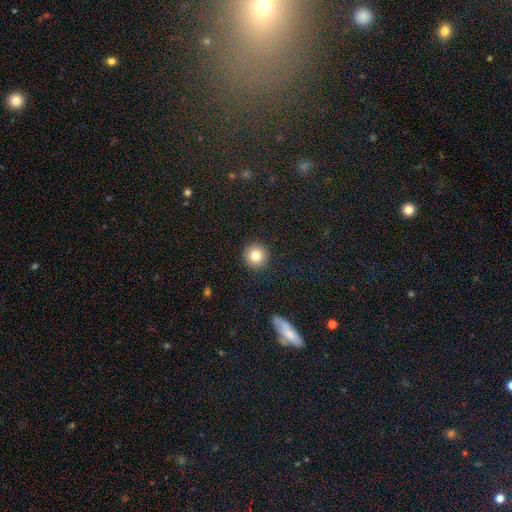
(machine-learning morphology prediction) smooth-or-featured: smooth: 82% | star or artifact: 10% | featured or disk: 8%
  how-rounded: round: 96% | in between: 3% | cigar-shaped: 1%
  merging: none: 92% | minor disturbance: 5% | major disturbance: 2% | merger: 1%